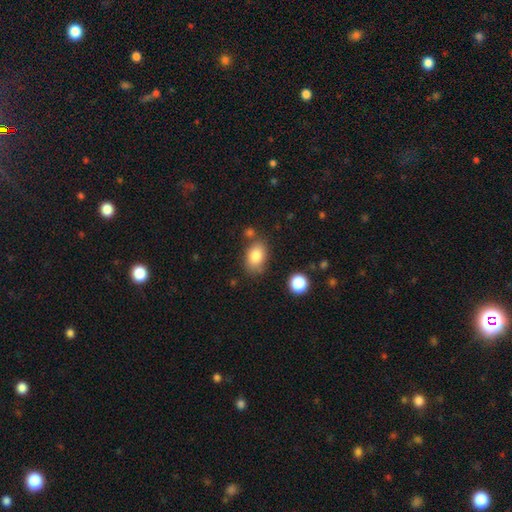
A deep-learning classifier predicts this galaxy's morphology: A smooth galaxy with no disk features (83%) that is in between round and cigar-shaped (81%).

Vote fractions:
- Smooth or featured? smooth: 83% / star or artifact: 8% / featured or disk: 8%
- How rounded? in between: 81% / round: 17% / cigar-shaped: 1%
- Merging? none: 71% / minor disturbance: 17% / merger: 7% / major disturbance: 4%